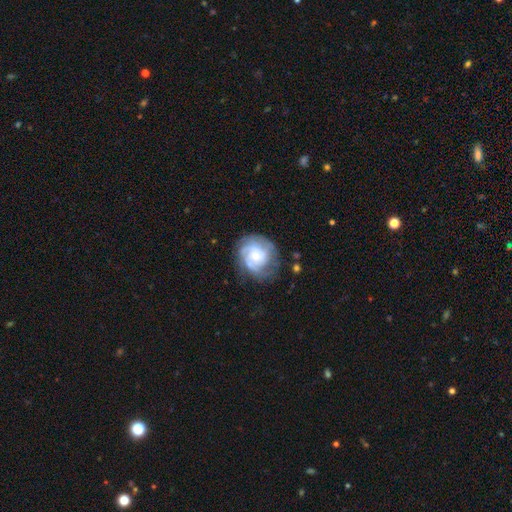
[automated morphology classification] A featured or disk galaxy (79%) with no bar (69%), tight (58%) spiral arms (93%) and a small central bulge (58%).

Vote fractions:
- Smooth or featured? featured or disk: 79% / smooth: 15% / star or artifact: 6%
- Edge-on disk? no: 98% / yes: 2%
- Bar? no: 69% / weak: 26% / strong: 4%
- Spiral arms? yes: 93% / no: 7%
- Spiral winding? tight: 58% / medium: 33% / loose: 9%
- Spiral arm count? can't tell: 29% / 3: 28% / 2: 24% / 4: 9% / 1: 5% / more than 4: 5%
- Bulge size? small: 58% / moderate: 33% / large: 4% / none: 3% / dominant: 1%
- Merging? none: 68% / minor disturbance: 19% / major disturbance: 10% / merger: 2%